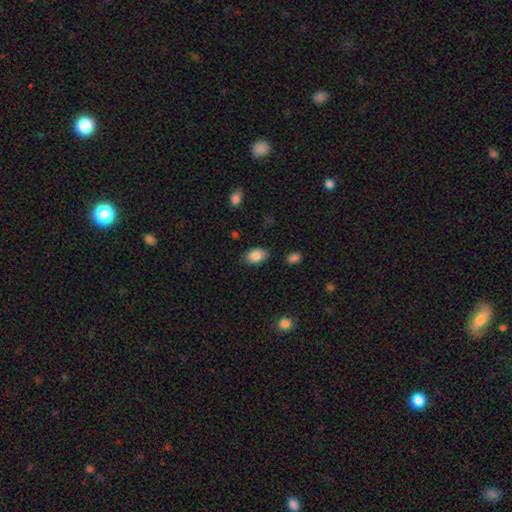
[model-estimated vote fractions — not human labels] A smooth galaxy with no disk features (87%) that is in between round and cigar-shaped (88%).

Vote fractions:
- Smooth or featured? smooth: 87% / star or artifact: 7% / featured or disk: 5%
- How rounded? in between: 88% / round: 11% / cigar-shaped: 1%
- Merging? none: 80% / minor disturbance: 15% / major disturbance: 3% / merger: 2%